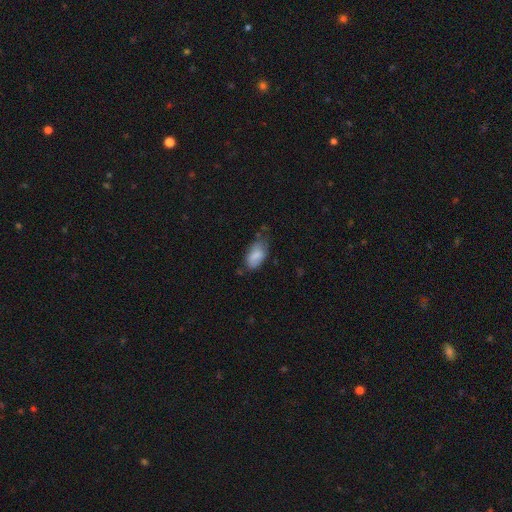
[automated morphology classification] Smooth or featured?
  - smooth: 80% *
  - featured or disk: 12%
  - star or artifact: 7%
How rounded?
  - in between: 93% *
  - round: 4%
  - cigar-shaped: 3%
Merging?
  - none: 48% *
  - minor disturbance: 38%
  - major disturbance: 11%
  - merger: 4%